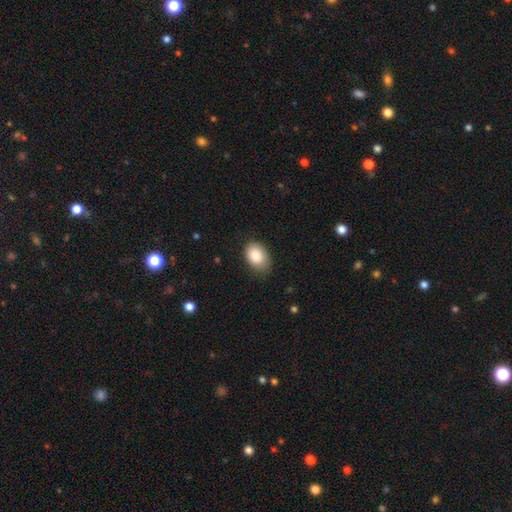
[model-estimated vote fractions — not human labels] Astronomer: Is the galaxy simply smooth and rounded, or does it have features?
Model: smooth — 87%.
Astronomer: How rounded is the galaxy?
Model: in between — 85%.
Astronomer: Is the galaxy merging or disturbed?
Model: none — 76%.